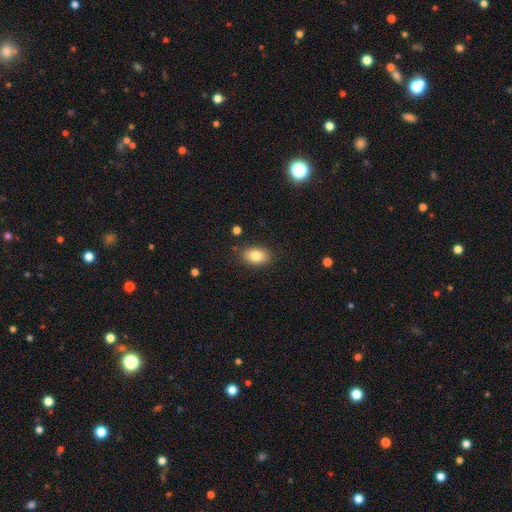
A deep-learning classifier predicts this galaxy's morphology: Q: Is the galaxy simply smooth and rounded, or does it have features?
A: smooth — 83%.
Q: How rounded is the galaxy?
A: in between — 87%.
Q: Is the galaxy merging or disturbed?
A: none — 86%.